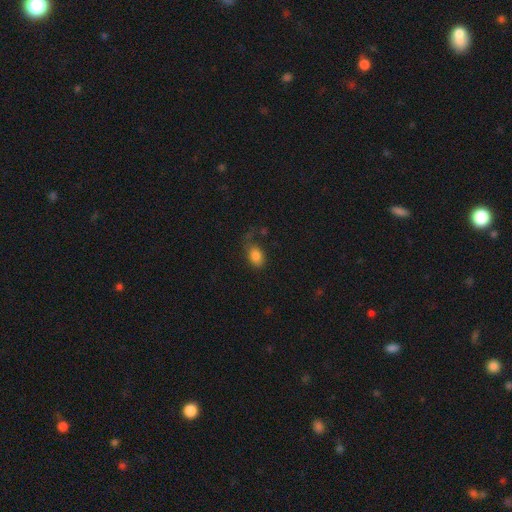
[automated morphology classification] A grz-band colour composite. It shows a smooth galaxy with no disk features (83%) that is in between round and cigar-shaped (84%). Merging: none (57%).